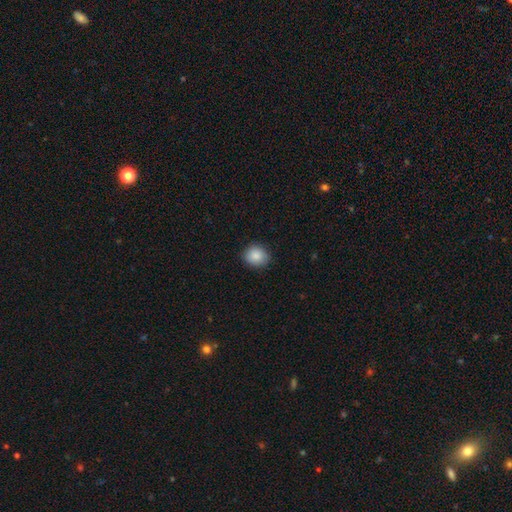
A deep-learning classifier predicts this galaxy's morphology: A smooth galaxy with no disk features (88%) that is round (73%).

Vote fractions:
- Smooth or featured? smooth: 88% / star or artifact: 8% / featured or disk: 4%
- How rounded? round: 73% / in between: 26% / cigar-shaped: 1%
- Merging? none: 87% / minor disturbance: 10% / major disturbance: 2% / merger: 1%